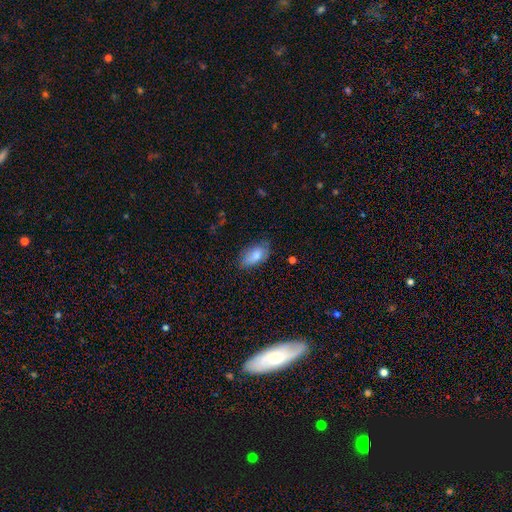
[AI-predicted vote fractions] Overall: smooth (78%). How rounded: in between (91%). Merging: none (68%).